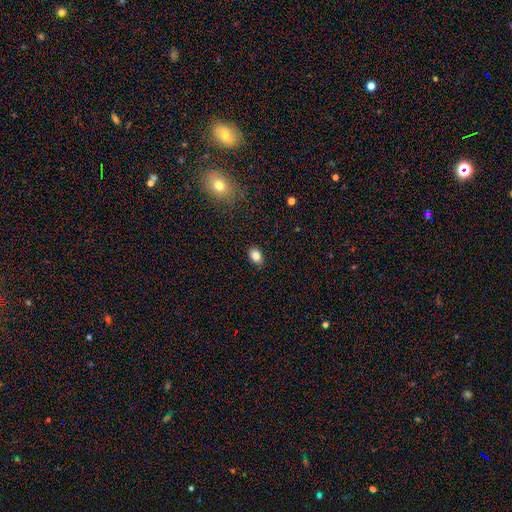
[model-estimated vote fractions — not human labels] Smooth or featured: smooth — 84% (star or artifact — 10%)
How rounded: in between — 73% (round — 26%)
Merging: none — 84% (minor disturbance — 12%)